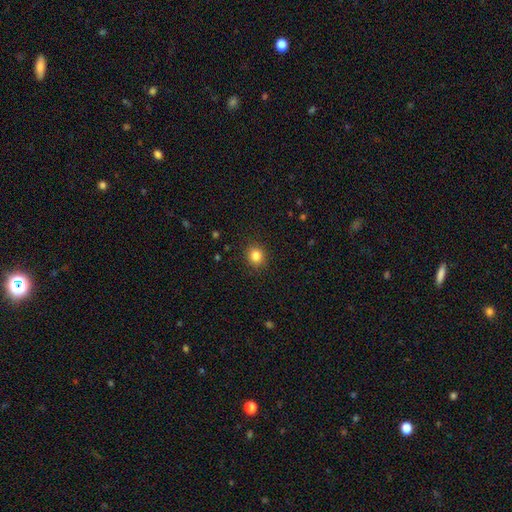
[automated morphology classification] smooth_or_featured: smooth (p=0.84) [alt: star or artifact p=0.11]
how_rounded: round (p=0.80) [alt: in between p=0.19]
merging: none (p=0.90) [alt: minor disturbance p=0.07]